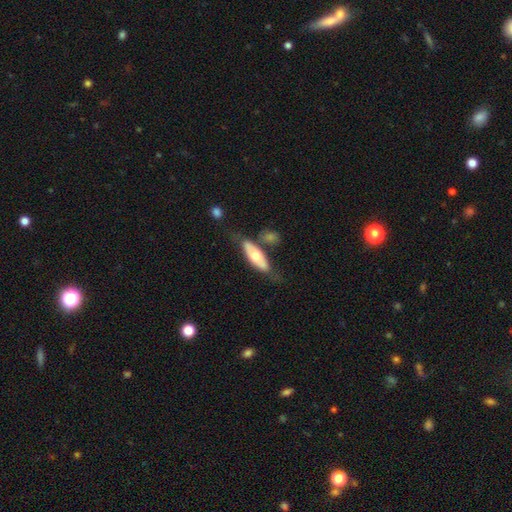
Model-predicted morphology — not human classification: A smooth galaxy with no disk features (51%) that is in between round and cigar-shaped (65%). Merging: none (58%).